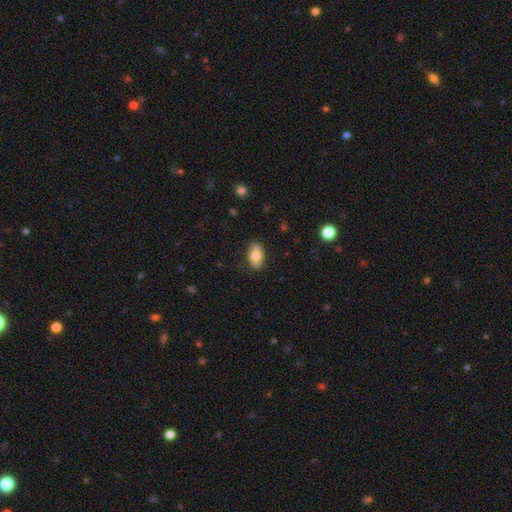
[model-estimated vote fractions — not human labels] smooth-or-featured: smooth: 77% | featured or disk: 15% | star or artifact: 7%
  how-rounded: in between: 90% | round: 6% | cigar-shaped: 4%
  merging: none: 85% | minor disturbance: 12% | major disturbance: 2% | merger: 1%